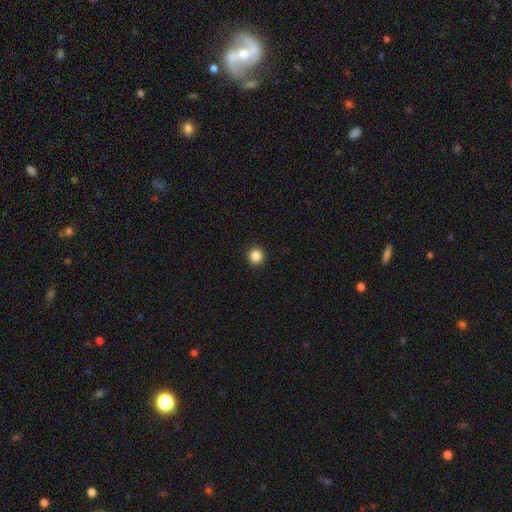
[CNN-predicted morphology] smooth_or_featured: smooth (p=0.85) [alt: star or artifact p=0.11]
how_rounded: round (p=0.91) [alt: in between p=0.08]
merging: none (p=0.93) [alt: minor disturbance p=0.05]